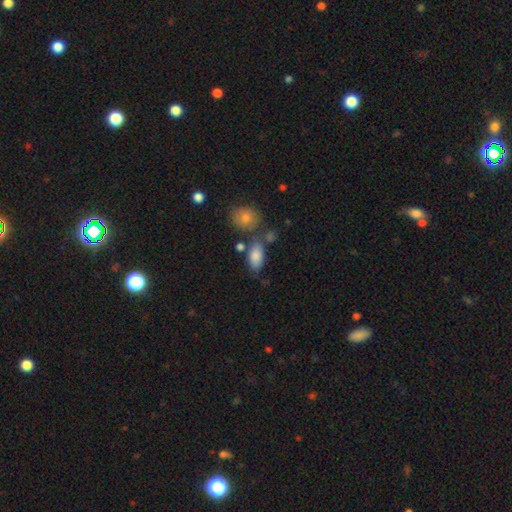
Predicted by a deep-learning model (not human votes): smooth-or-featured: smooth: 84% | featured or disk: 8% | star or artifact: 8%
  how-rounded: in between: 90% | round: 6% | cigar-shaped: 4%
  merging: none: 59% | minor disturbance: 18% | merger: 16% | major disturbance: 7%